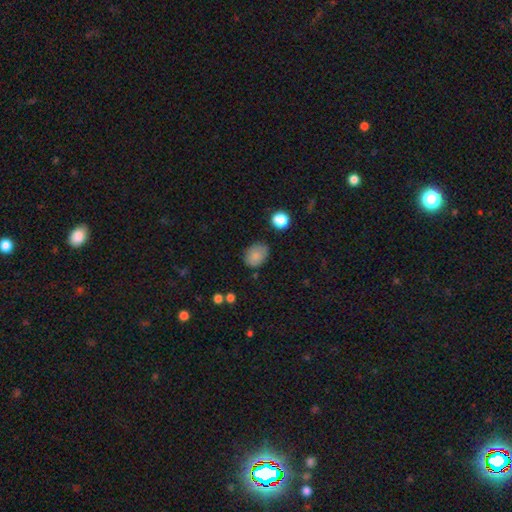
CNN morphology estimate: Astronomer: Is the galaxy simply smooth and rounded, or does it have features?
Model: smooth — 83%.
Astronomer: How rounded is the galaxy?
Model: in between — 61% (runner-up: round, 38%).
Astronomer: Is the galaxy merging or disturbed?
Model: none — 72%.